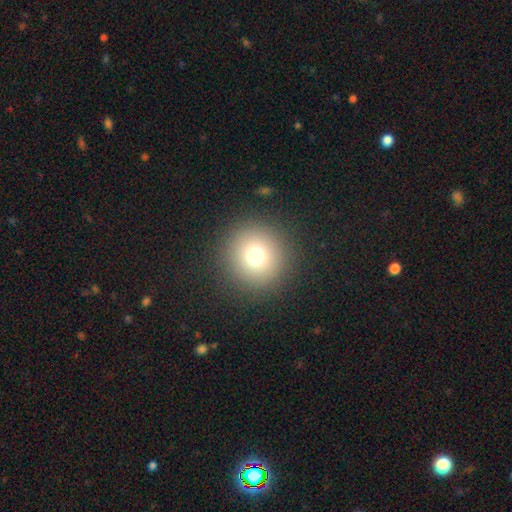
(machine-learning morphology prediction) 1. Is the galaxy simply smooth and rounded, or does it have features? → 73% smooth, 17% star or artifact, 10% featured or disk.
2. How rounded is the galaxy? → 96% round, 3% in between, 1% cigar-shaped.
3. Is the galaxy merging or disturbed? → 91% none, 5% minor disturbance, 3% major disturbance, 1% merger.